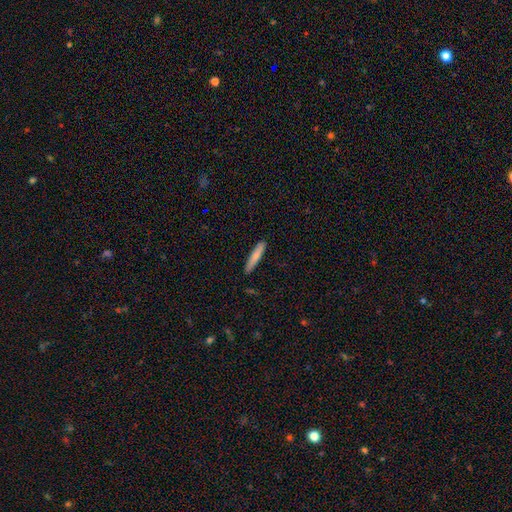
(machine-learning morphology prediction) Smooth or featured: smooth — 75% (featured or disk — 19%)
How rounded: cigar-shaped — 92% (in between — 7%)
Merging: none — 89% (minor disturbance — 9%)